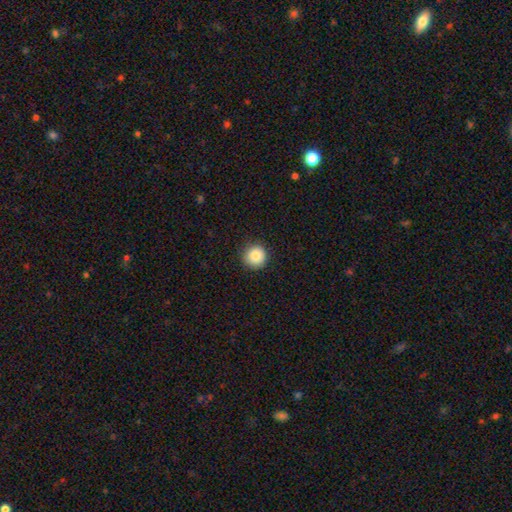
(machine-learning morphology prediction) Smooth or featured? Predicted: smooth (p=0.86). How rounded? Predicted: round (p=0.94). Merging? Predicted: none (p=0.88).